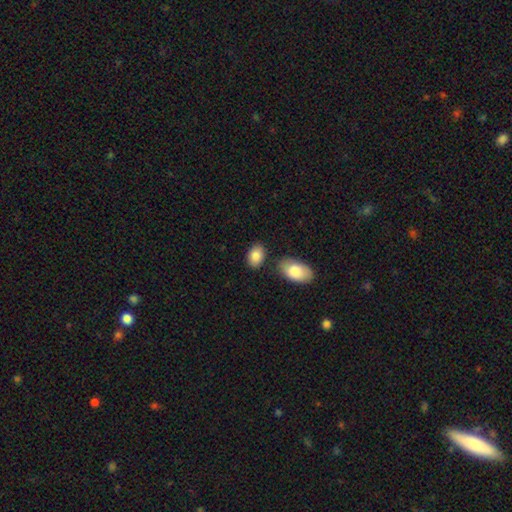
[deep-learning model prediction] Smooth or featured? smooth (86%)
How rounded? in between (86%)
Merging? none (75%)